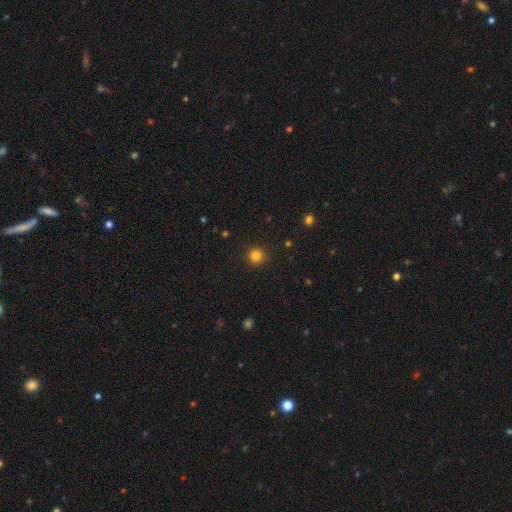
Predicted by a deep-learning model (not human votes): Overall: smooth (83%). How rounded: round (94%). Merging: none (91%).